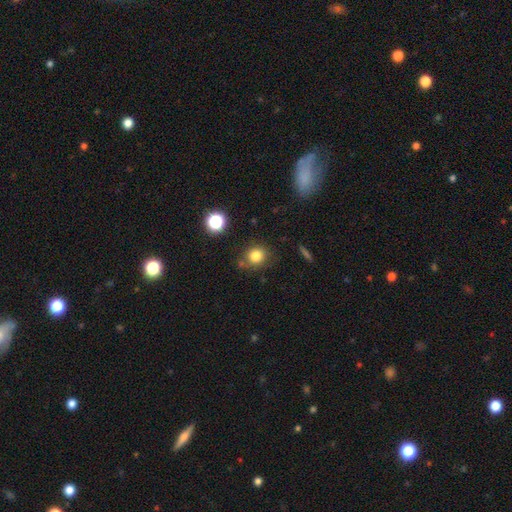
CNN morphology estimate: A smooth galaxy with no disk features (81%) that is round (80%).

Vote fractions:
- Smooth or featured? smooth: 81% / star or artifact: 13% / featured or disk: 6%
- How rounded? round: 80% / in between: 18% / cigar-shaped: 1%
- Merging? none: 76% / minor disturbance: 14% / merger: 6% / major disturbance: 4%